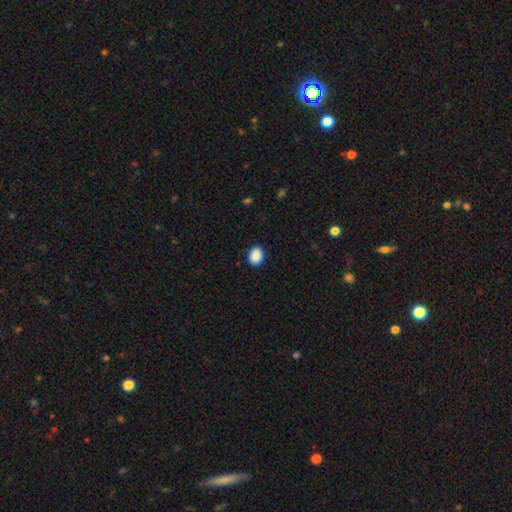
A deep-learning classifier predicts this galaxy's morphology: Smooth or featured?
  - smooth: 90% *
  - star or artifact: 8%
  - featured or disk: 2%
How rounded?
  - in between: 68% *
  - round: 31%
  - cigar-shaped: 1%
Merging?
  - none: 89% *
  - minor disturbance: 8%
  - major disturbance: 2%
  - merger: 1%